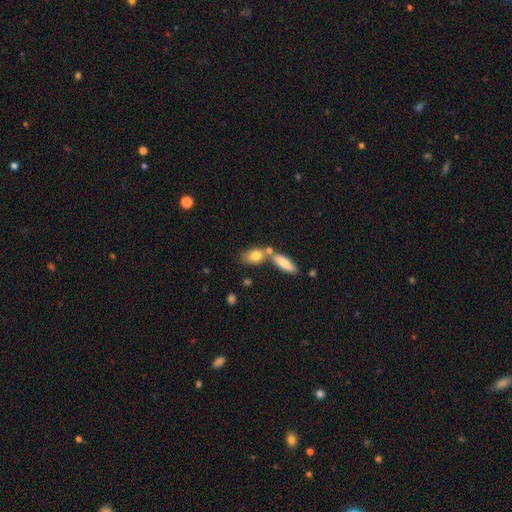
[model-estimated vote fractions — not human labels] A smooth galaxy with no disk features (78%) that is in between round and cigar-shaped (81%). Merging: none (45%).